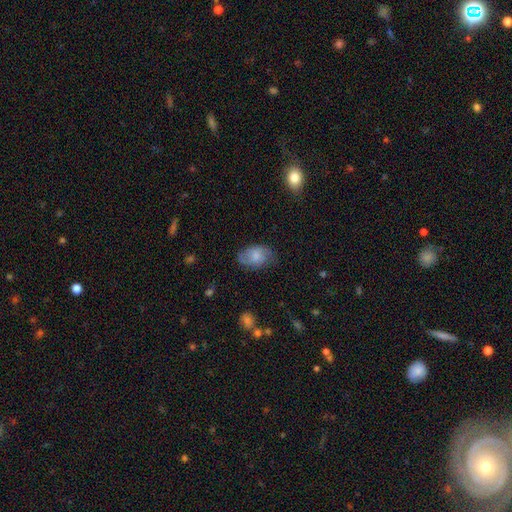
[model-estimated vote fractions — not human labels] This is likely a smooth galaxy (64%). How rounded: clearly in between (87%). Merging: likely none (64%).